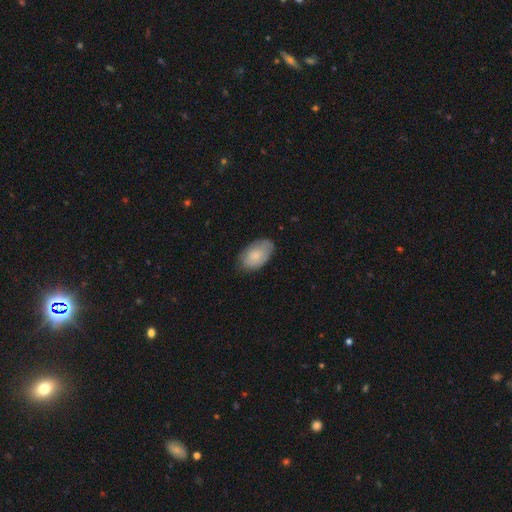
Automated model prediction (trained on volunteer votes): smooth-or-featured: smooth: 80% | featured or disk: 14% | star or artifact: 6%
  how-rounded: in between: 93% | round: 5% | cigar-shaped: 1%
  merging: none: 76% | minor disturbance: 20% | major disturbance: 4% | merger: 1%